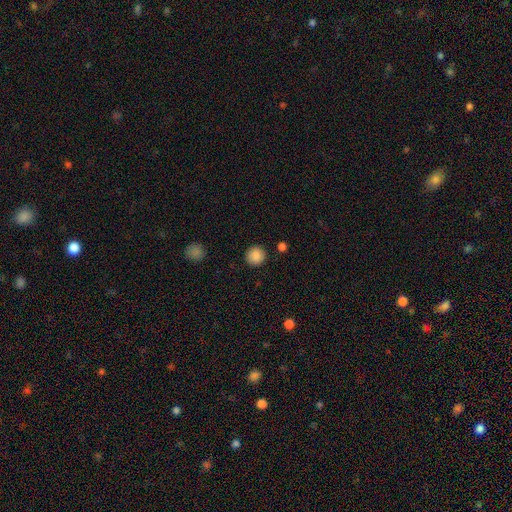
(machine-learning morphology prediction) Q: Smooth or featured?
A: smooth (88%); runner-up: star or artifact (9%)
Q: How rounded?
A: round (93%); runner-up: in between (6%)
Q: Merging?
A: none (89%); runner-up: minor disturbance (7%)